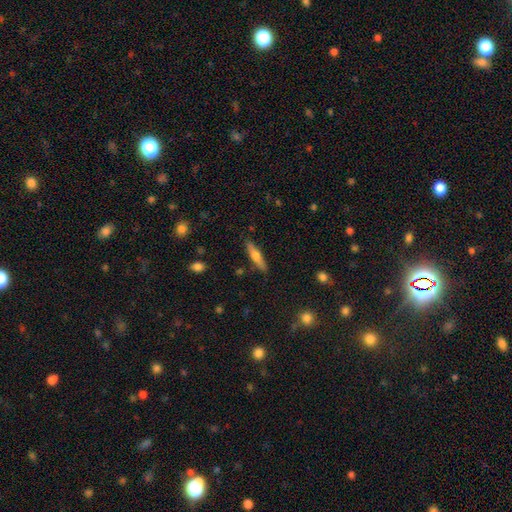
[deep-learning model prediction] Smooth or featured? Predicted: smooth (p=0.49). Merging? Predicted: none (p=0.87).